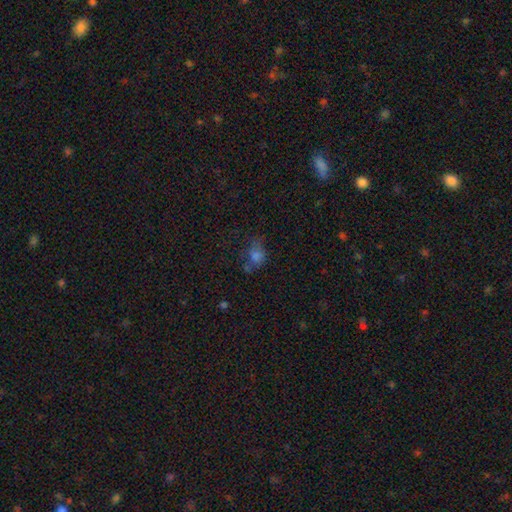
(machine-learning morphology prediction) smooth 66%, star or artifact 20%, featured or disk 14%. Down the decision tree: how rounded — round (50%); merging — none (44%).